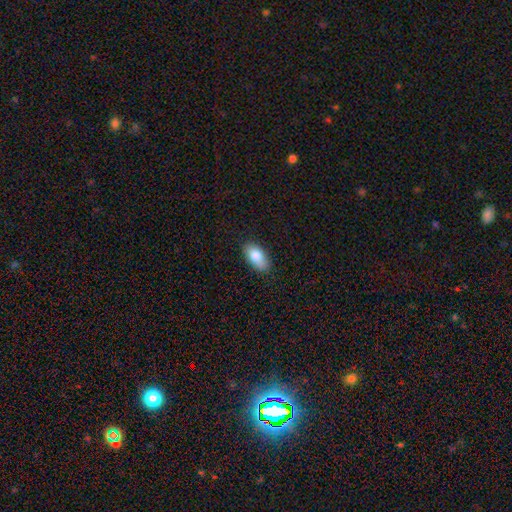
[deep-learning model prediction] Overall: smooth (82%). How rounded: in between (92%). Merging: none (85%).